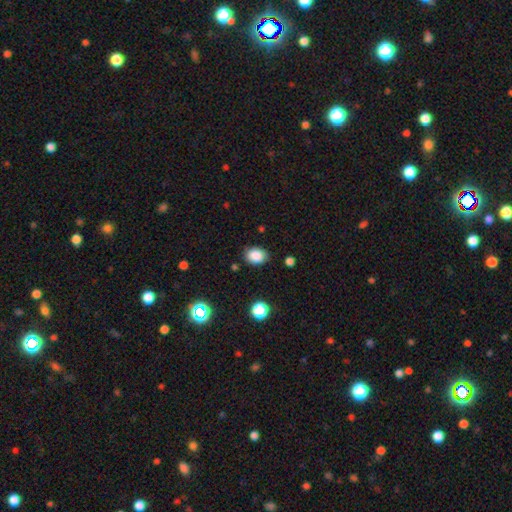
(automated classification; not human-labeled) Smooth or featured? smooth (86%)
How rounded? in between (63%)
Merging? none (80%)